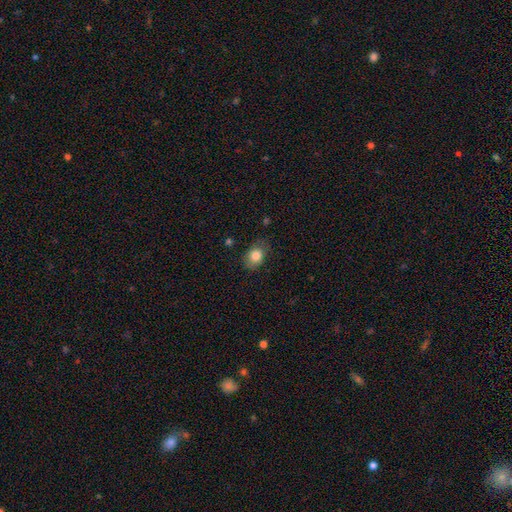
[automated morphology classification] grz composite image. It shows a smooth galaxy with no disk features (82%) that is in between round and cigar-shaped (68%). Merging: none (68%).